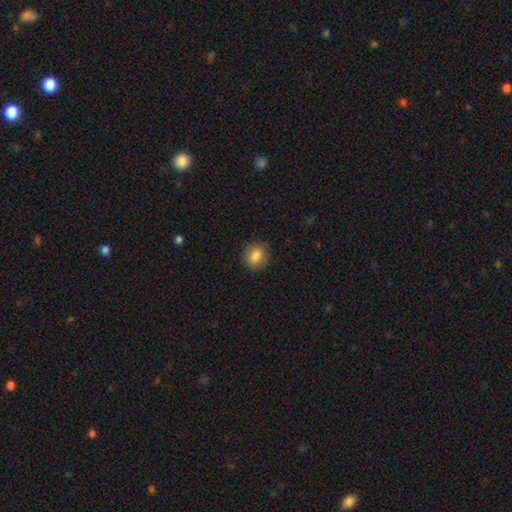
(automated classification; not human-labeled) A smooth galaxy with no disk features (86%) that is round (74%). Merging: none (87%).